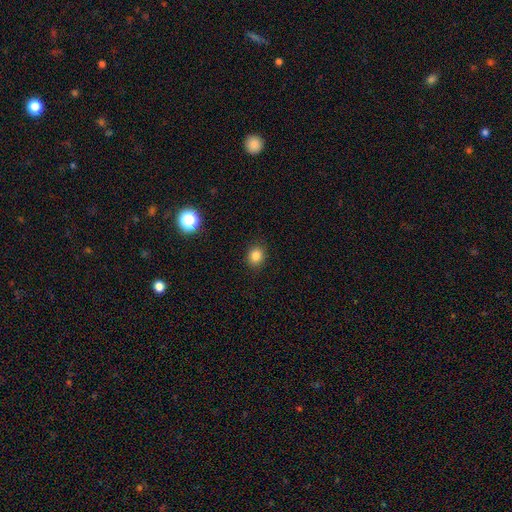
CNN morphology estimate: smooth_or_featured: smooth (p=0.83) [alt: star or artifact p=0.12]
how_rounded: round (p=0.70) [alt: in between p=0.29]
merging: none (p=0.89) [alt: minor disturbance p=0.08]